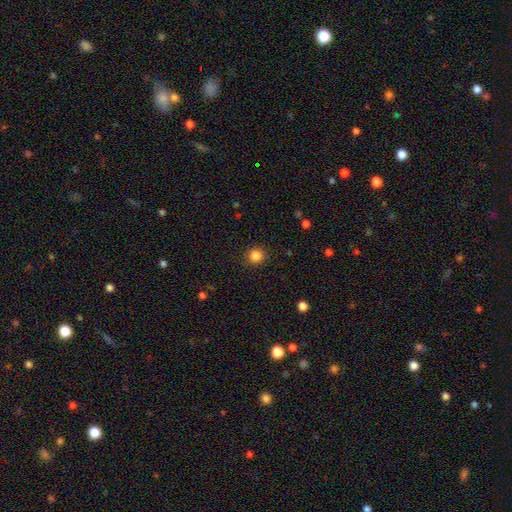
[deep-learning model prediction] smooth 84%, star or artifact 12%, featured or disk 4%. Down the decision tree: how rounded — round (92%); merging — none (91%).